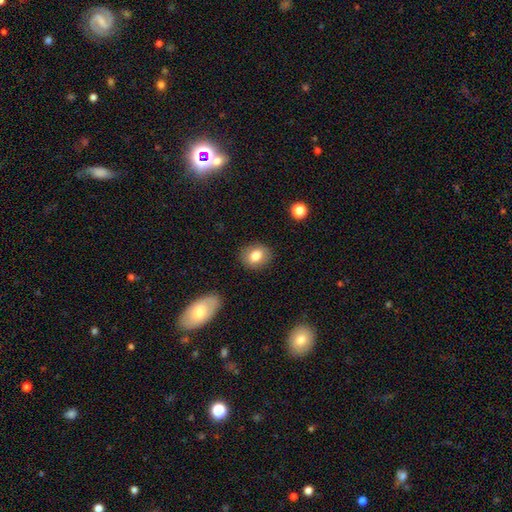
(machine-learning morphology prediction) smooth 80%, featured or disk 11%, star or artifact 9%. Down the decision tree: how rounded — round (55%); merging — none (87%).